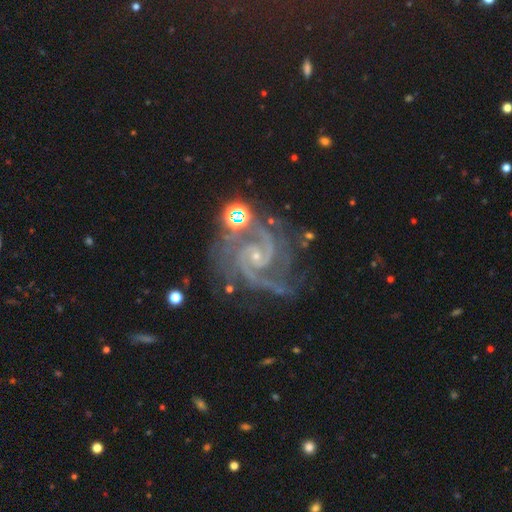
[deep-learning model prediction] A featured or disk galaxy (92%) with no bar (58%), 2 (63%) medium (49%) spiral arms (99%) and a small central bulge (83%). Merging: none (60%).